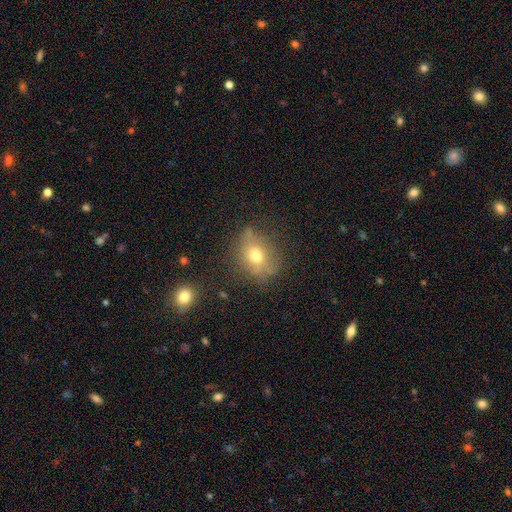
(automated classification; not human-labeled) This is likely a smooth galaxy (63%). How rounded: possibly in between (53%). Merging: likely none (64%).